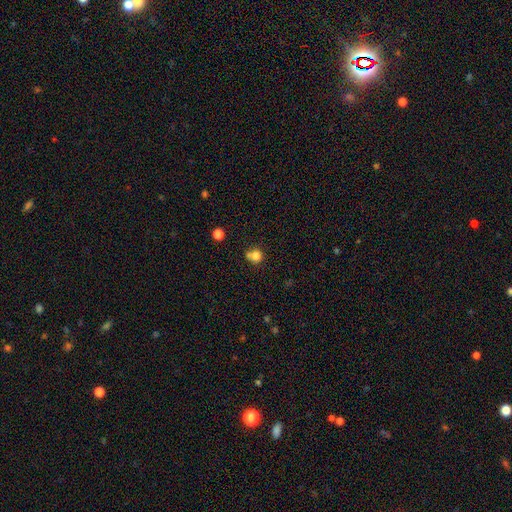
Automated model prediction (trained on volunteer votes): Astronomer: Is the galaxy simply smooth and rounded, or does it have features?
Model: smooth — 77%.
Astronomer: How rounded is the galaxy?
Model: round — 82%.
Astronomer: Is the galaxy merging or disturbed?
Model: none — 46% (runner-up: merger, 37%).